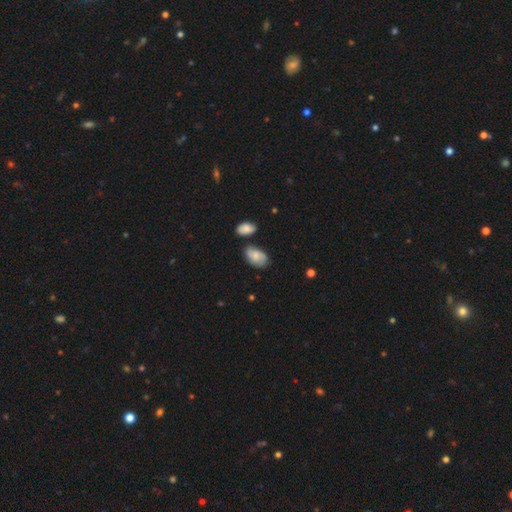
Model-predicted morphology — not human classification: The model was most divided on "smooth or featured": smooth: 59%, featured or disk: 33%, star or artifact: 8%. More confident: how rounded — in between (90%); merging — none (60%).